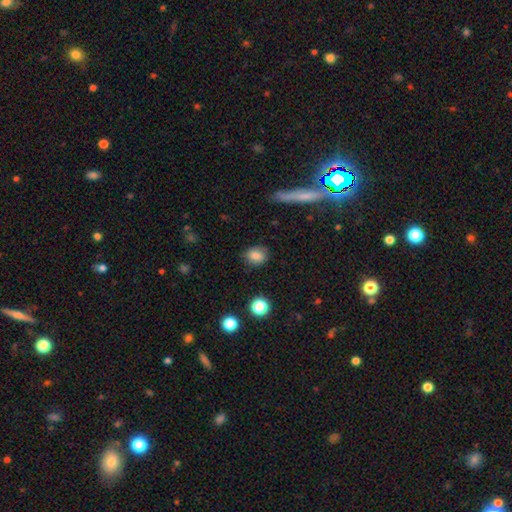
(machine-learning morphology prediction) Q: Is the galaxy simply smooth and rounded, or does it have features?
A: smooth — 81%.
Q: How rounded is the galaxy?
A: round — 62%.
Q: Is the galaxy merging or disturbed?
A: none — 82%.